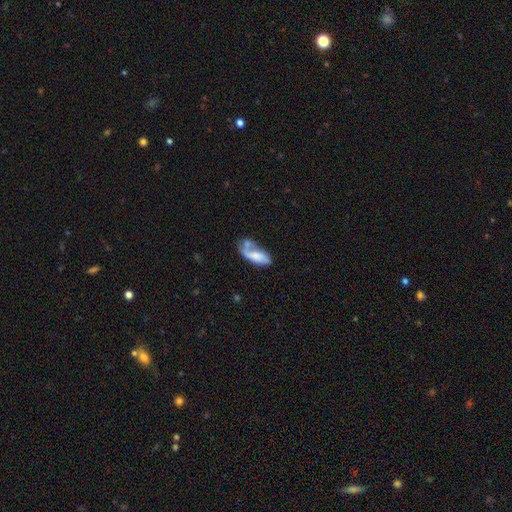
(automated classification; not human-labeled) Smooth or featured? Predicted: smooth (p=0.58). How rounded? Predicted: in between (p=0.77). Merging? Predicted: merger (p=0.31).